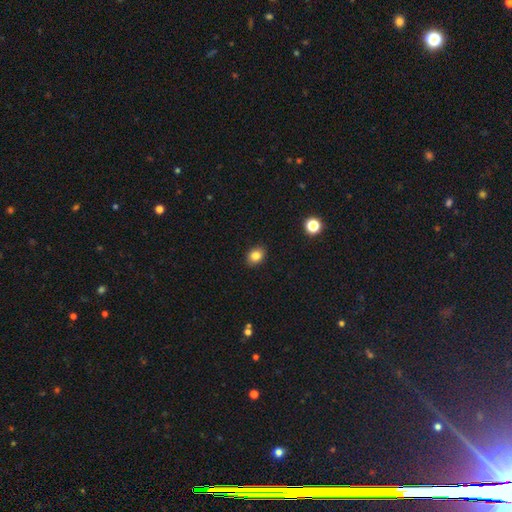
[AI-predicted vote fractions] A smooth galaxy with no disk features (83%) that is in between round and cigar-shaped (61%).

Vote fractions:
- Smooth or featured? smooth: 83% / star or artifact: 10% / featured or disk: 7%
- How rounded? in between: 61% / round: 38% / cigar-shaped: 1%
- Merging? none: 89% / minor disturbance: 8% / major disturbance: 2% / merger: 1%